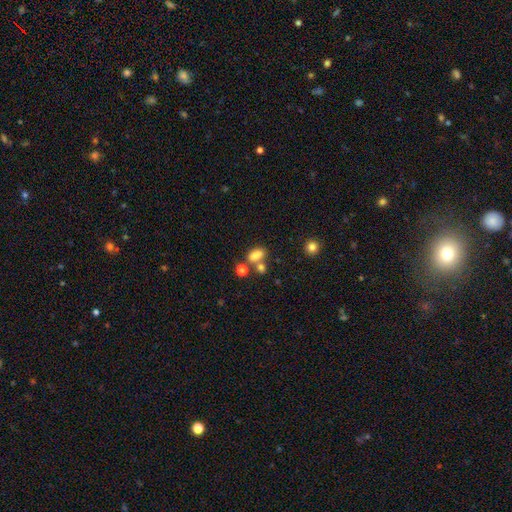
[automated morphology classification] Smooth or featured: smooth — 79% (star or artifact — 12%)
How rounded: in between — 83% (round — 15%)
Merging: none — 47% (merger — 34%)